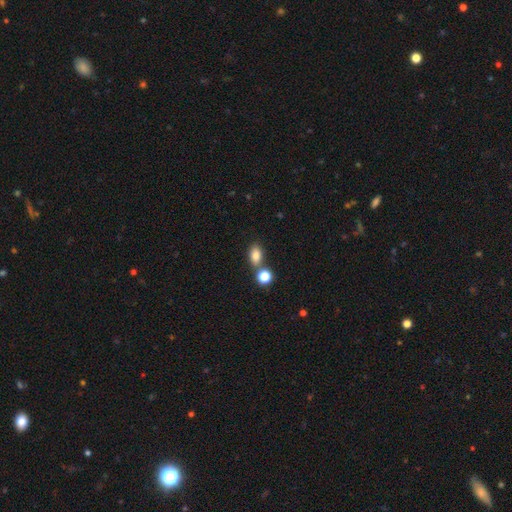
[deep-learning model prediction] Overall: smooth (83%). How rounded: in between (80%). Merging: none (62%; merger 23%).